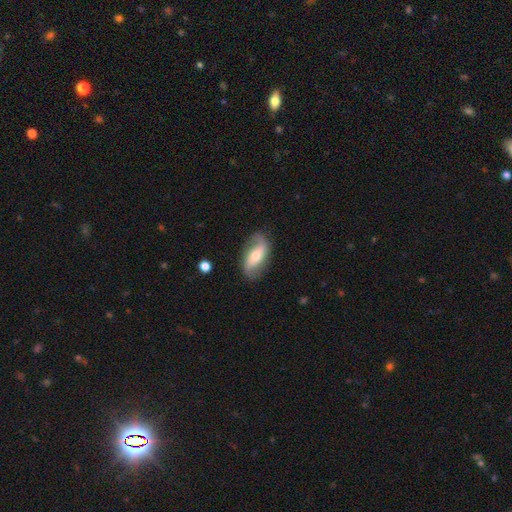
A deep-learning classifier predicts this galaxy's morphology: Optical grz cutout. It shows a featured or disk galaxy (72%) with no bar (40%), 2 (90%) loose (65%) spiral arms (90%) and a moderate central bulge (56%). Merging: none (80%).